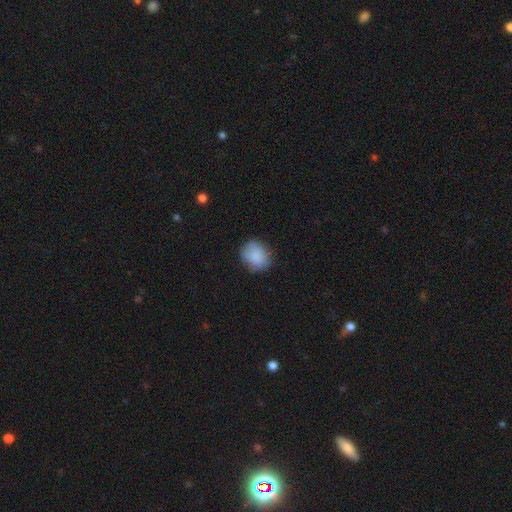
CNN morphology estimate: type=smooth (86%); roundness=round (67%); merging=none (78%).